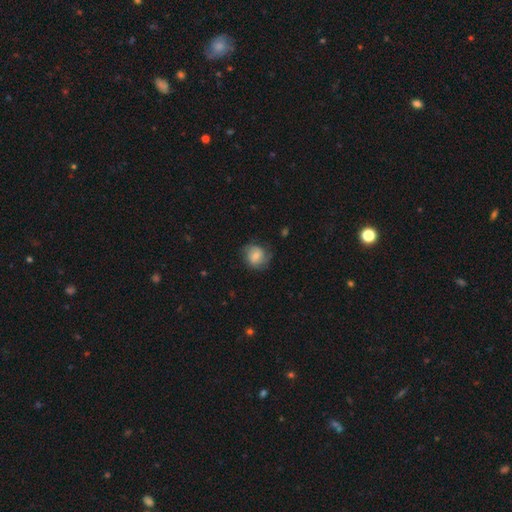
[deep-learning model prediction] smooth-or-featured: smooth: 51% | featured or disk: 41% | star or artifact: 8%
  how-rounded: round: 74% | in between: 25% | cigar-shaped: 1%
  merging: none: 65% | minor disturbance: 23% | major disturbance: 11% | merger: 1%